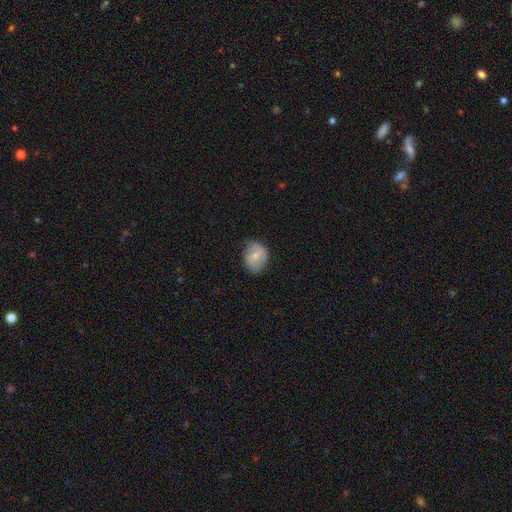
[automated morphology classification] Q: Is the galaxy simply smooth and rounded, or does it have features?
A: smooth — 61%.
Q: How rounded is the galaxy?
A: in between — 51%.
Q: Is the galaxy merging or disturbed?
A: none — 71%.